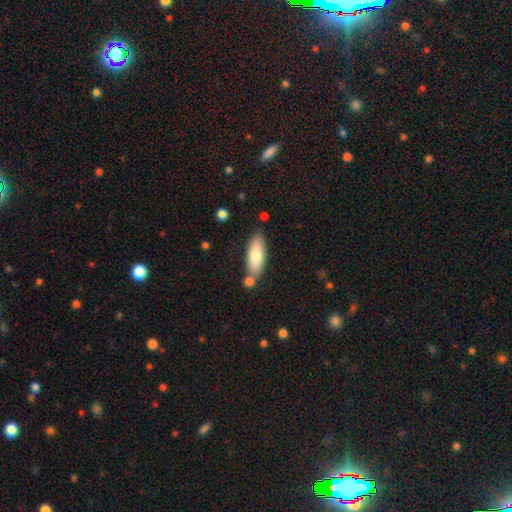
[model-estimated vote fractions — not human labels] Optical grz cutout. It shows a smooth galaxy with no disk features (79%) that is in between round and cigar-shaped (65%). Merging: none (71%).